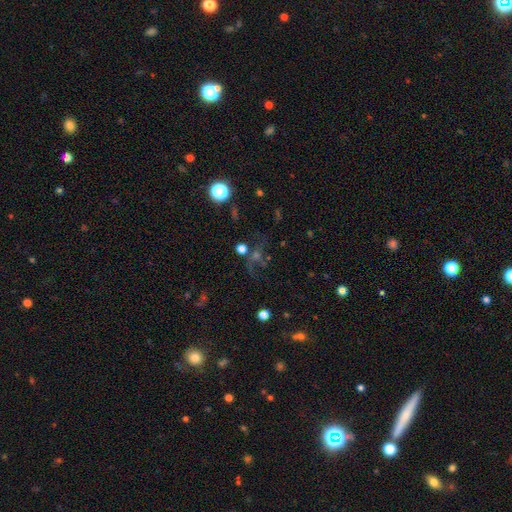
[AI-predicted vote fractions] smooth-or-featured: star or artifact: 48% | featured or disk: 28% | smooth: 25%